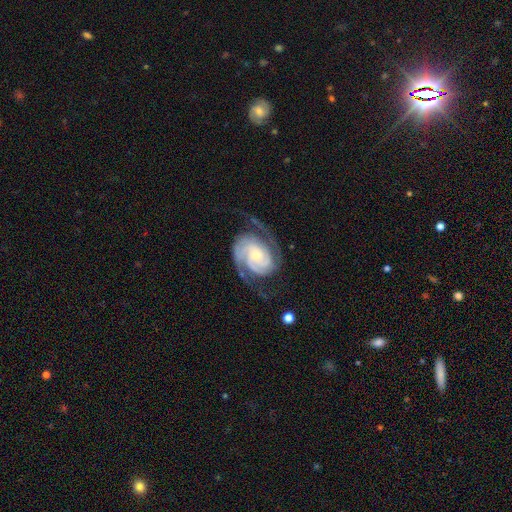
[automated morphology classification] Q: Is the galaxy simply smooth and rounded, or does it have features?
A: featured or disk — 91%.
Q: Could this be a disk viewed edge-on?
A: no — 98%.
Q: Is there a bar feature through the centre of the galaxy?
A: no — 68%.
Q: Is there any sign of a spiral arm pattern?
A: yes — 98%.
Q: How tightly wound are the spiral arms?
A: tight — 52%.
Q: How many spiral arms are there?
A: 2 — 79%.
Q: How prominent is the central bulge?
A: small — 62%.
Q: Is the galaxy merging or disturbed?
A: none — 69%.